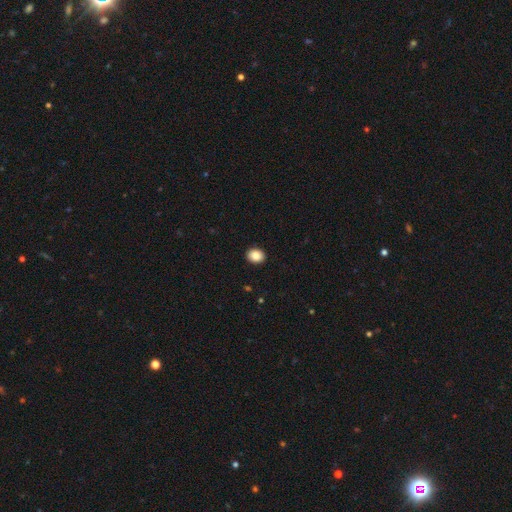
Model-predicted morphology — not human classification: Smooth or featured?
  - smooth: 88% *
  - star or artifact: 9%
  - featured or disk: 4%
How rounded?
  - round: 50% *
  - in between: 49%
  - cigar-shaped: 1%
Merging?
  - none: 92% *
  - minor disturbance: 6%
  - major disturbance: 2%
  - merger: 1%